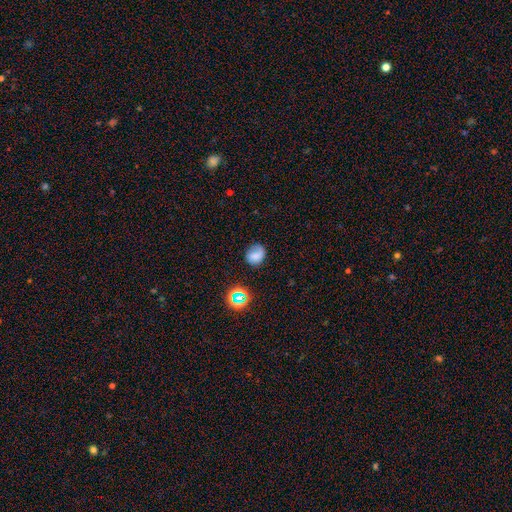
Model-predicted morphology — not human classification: smooth-or-featured: smooth: 66% | featured or disk: 19% | star or artifact: 15%
  how-rounded: round: 64% | in between: 35% | cigar-shaped: 1%
  merging: none: 64% | minor disturbance: 24% | major disturbance: 9% | merger: 3%